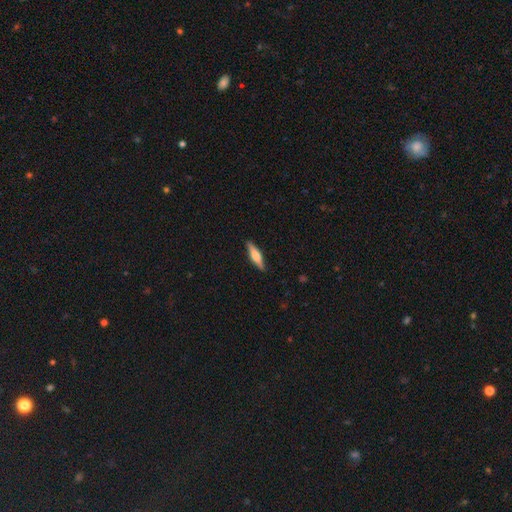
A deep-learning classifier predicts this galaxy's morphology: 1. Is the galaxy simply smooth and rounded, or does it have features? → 52% featured or disk, 42% smooth, 6% star or artifact.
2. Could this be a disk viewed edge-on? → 96% yes, 4% no.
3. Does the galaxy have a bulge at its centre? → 85% rounded, 11% boxy, 4% none.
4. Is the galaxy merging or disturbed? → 89% none, 8% minor disturbance, 2% major disturbance, 1% merger.